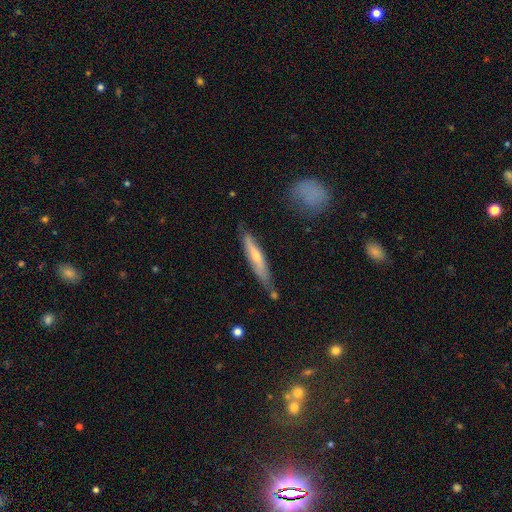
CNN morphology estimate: Q: Smooth or featured?
A: featured or disk (50%); runner-up: smooth (44%)
Q: Edge-on disk?
A: yes (79%); runner-up: no (21%)
Q: Merging?
A: none (66%); runner-up: minor disturbance (24%)